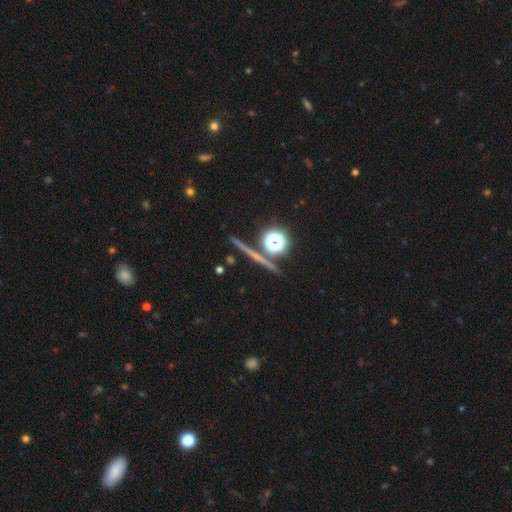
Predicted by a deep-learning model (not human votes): smooth-or-featured: featured or disk: 41% | star or artifact: 36% | smooth: 23%
  merging: none: 87% | minor disturbance: 6% | merger: 5% | major disturbance: 3%